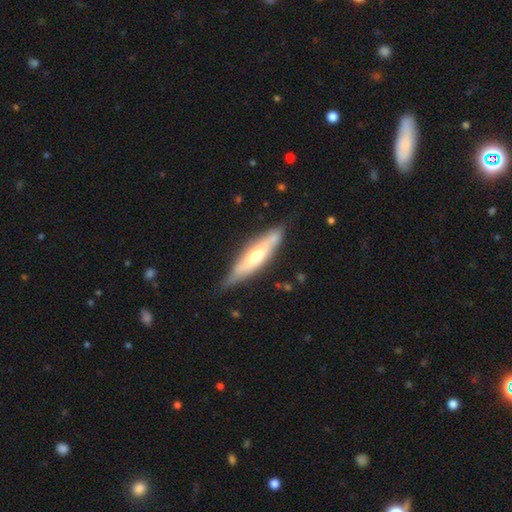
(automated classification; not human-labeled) smooth_or_featured: featured or disk (p=0.58) [alt: smooth p=0.37]
disk_edge_on: yes (p=0.77) [alt: no p=0.23]
merging: none (p=0.75) [alt: minor disturbance p=0.19]